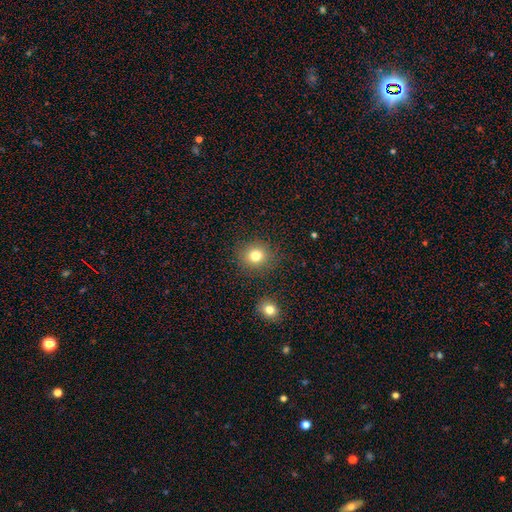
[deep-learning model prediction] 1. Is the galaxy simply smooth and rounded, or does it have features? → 79% smooth, 13% star or artifact, 8% featured or disk.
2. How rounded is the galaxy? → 84% round, 15% in between, 1% cigar-shaped.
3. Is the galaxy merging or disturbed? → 86% none, 8% minor disturbance, 3% major disturbance, 3% merger.